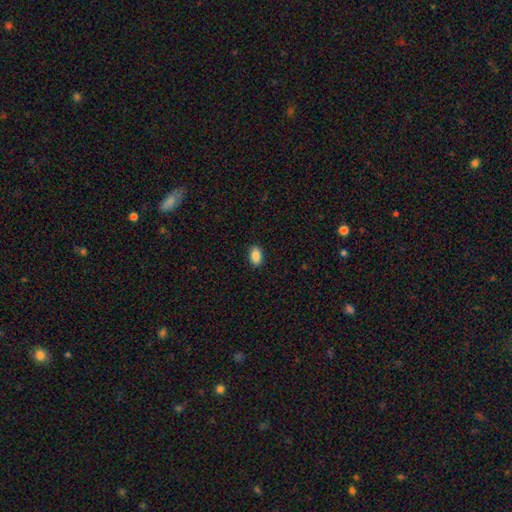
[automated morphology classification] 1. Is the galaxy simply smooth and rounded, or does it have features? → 87% smooth, 8% star or artifact, 5% featured or disk.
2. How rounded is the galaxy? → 91% in between, 7% round, 2% cigar-shaped.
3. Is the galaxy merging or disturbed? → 90% none, 7% minor disturbance, 2% major disturbance, 1% merger.